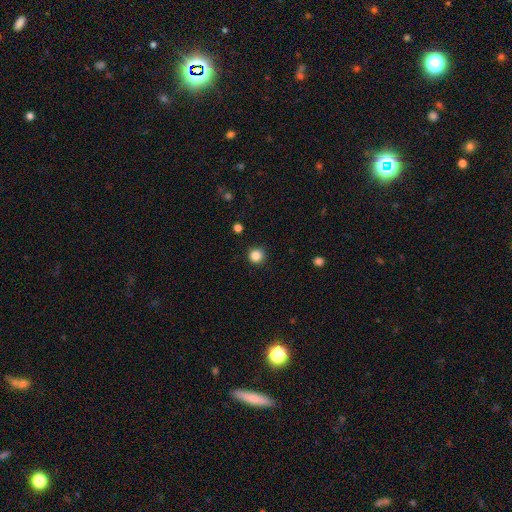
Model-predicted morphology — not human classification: This is clearly a smooth galaxy (85%). How rounded: clearly round (95%). Merging: clearly none (91%).